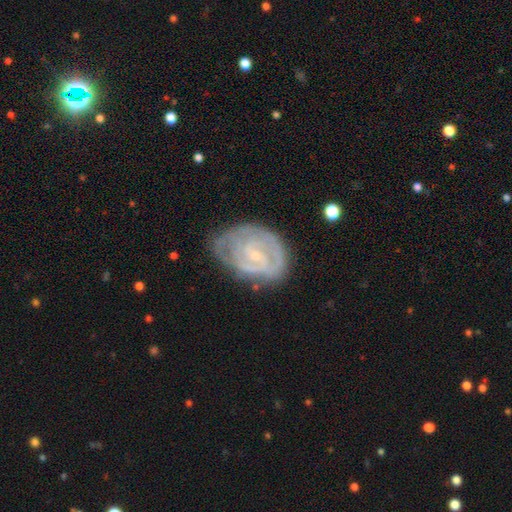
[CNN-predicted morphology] featured or disk 80%, smooth 14%, star or artifact 6%. Down the decision tree: edge-on disk — no (97%); bar — no (45%); spiral arms — yes (87%); spiral arm count — 2 (39%); spiral winding — tight (65%); bulge size — small (78%); merging — none (62%).